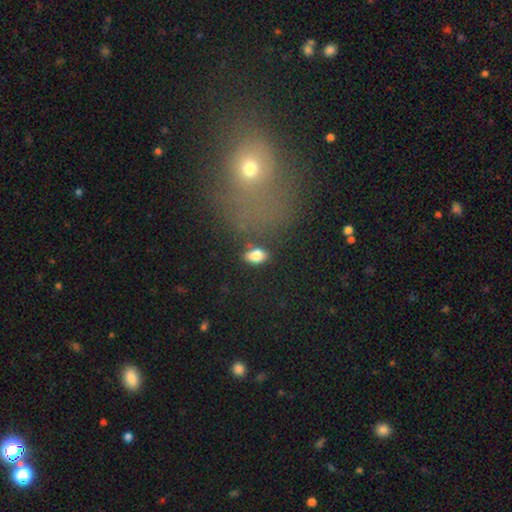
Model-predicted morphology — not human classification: Q: Smooth or featured?
A: smooth (82%); runner-up: star or artifact (10%)
Q: How rounded?
A: in between (89%); runner-up: round (9%)
Q: Merging?
A: none (73%); runner-up: minor disturbance (15%)